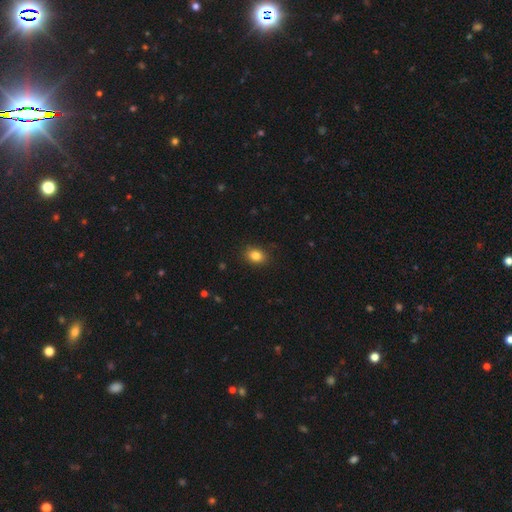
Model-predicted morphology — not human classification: smooth-or-featured: smooth: 84% | star or artifact: 10% | featured or disk: 6%
  how-rounded: in between: 64% | round: 35% | cigar-shaped: 1%
  merging: none: 88% | minor disturbance: 9% | major disturbance: 2% | merger: 1%